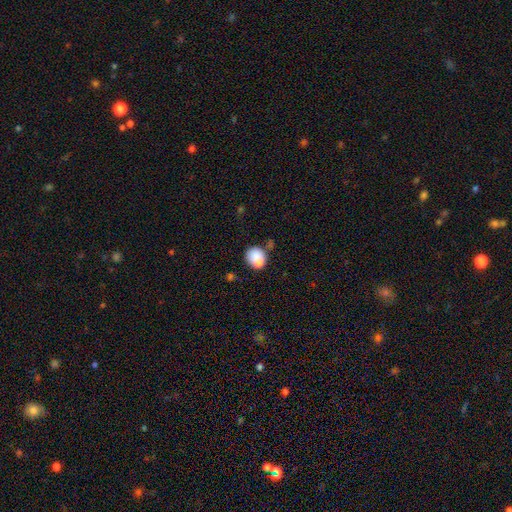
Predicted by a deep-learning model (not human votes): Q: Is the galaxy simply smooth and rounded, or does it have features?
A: smooth — 76%.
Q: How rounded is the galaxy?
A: round — 71%.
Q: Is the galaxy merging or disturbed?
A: none — 44%.